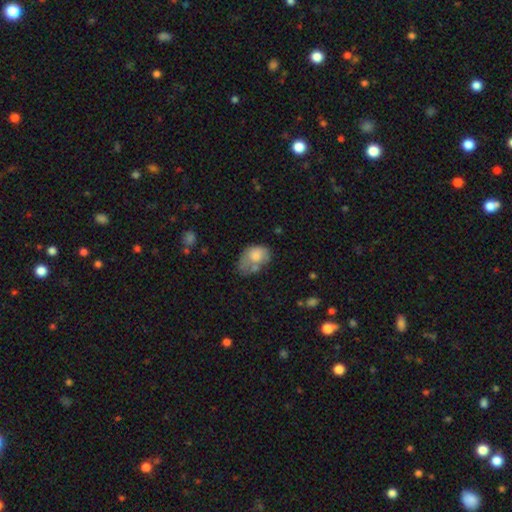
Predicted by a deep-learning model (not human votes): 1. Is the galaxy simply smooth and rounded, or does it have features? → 69% smooth, 23% featured or disk, 9% star or artifact.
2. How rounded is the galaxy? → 78% in between, 21% round, 1% cigar-shaped.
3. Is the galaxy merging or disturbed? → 32% minor disturbance, 26% none, 25% major disturbance, 17% merger.